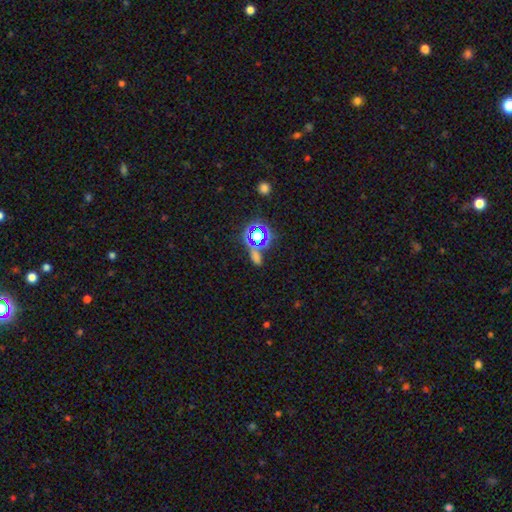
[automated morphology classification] type=star or artifact (56%).